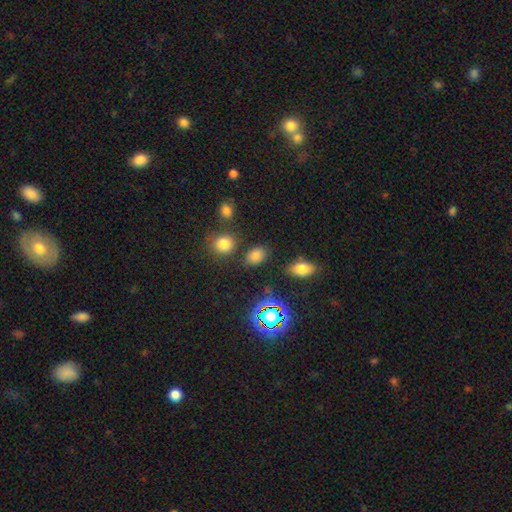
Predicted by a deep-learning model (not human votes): smooth 75%, star or artifact 19%, featured or disk 6%. Down the decision tree: how rounded — in between (76%); merging — none (81%).